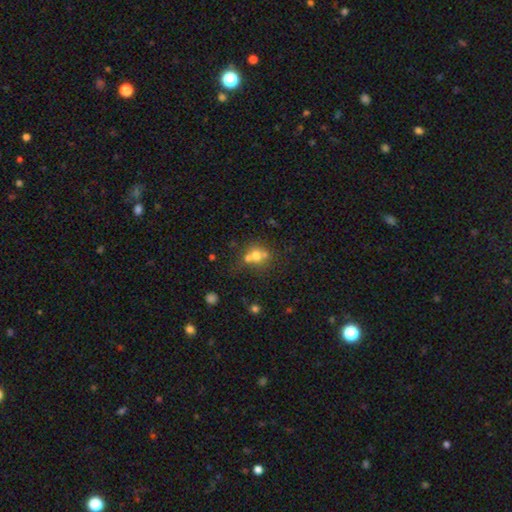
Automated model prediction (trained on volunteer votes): Q: Smooth or featured?
A: smooth (63%); runner-up: featured or disk (21%)
Q: How rounded?
A: round (76%); runner-up: in between (23%)
Q: Merging?
A: merger (50%); runner-up: none (36%)